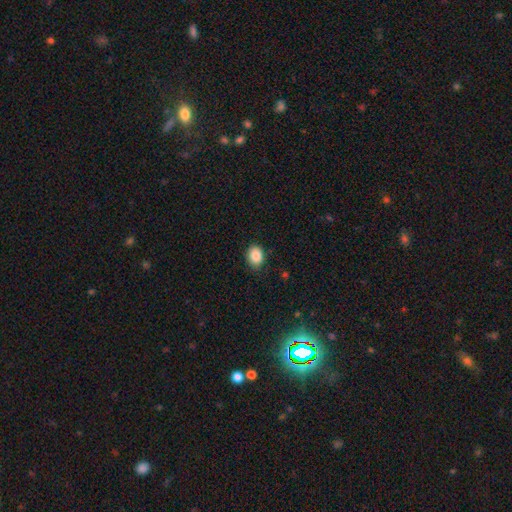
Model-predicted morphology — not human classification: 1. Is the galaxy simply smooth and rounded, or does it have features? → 88% smooth, 8% star or artifact, 4% featured or disk.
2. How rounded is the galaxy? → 62% in between, 37% round, 1% cigar-shaped.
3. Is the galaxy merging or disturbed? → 83% none, 13% minor disturbance, 3% major disturbance, 1% merger.